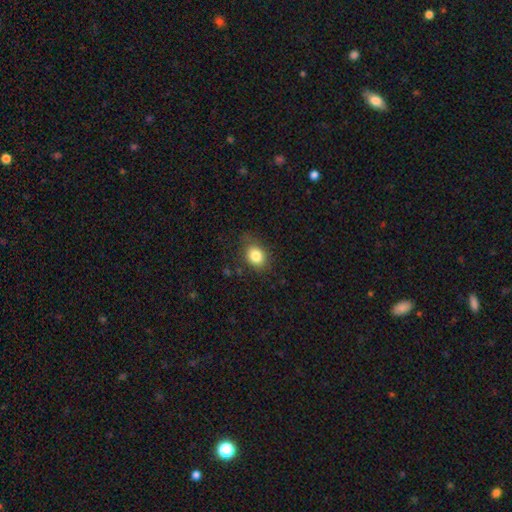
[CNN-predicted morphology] Q: Smooth or featured?
A: smooth (82%); runner-up: star or artifact (10%)
Q: How rounded?
A: in between (58%); runner-up: round (41%)
Q: Merging?
A: none (76%); runner-up: minor disturbance (17%)